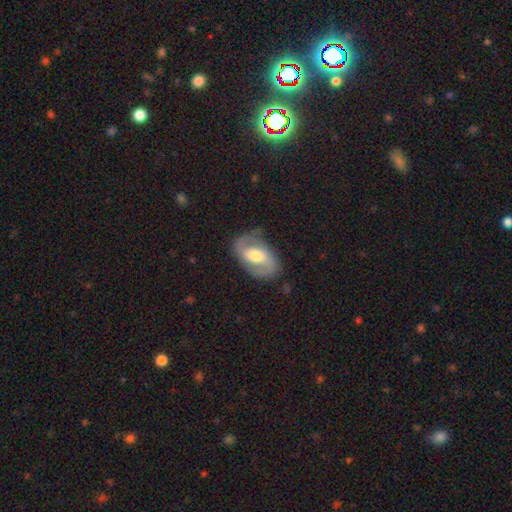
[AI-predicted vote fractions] Q: Smooth or featured?
A: featured or disk (80%); runner-up: smooth (14%)
Q: Edge-on disk?
A: no (97%); runner-up: yes (3%)
Q: Bar?
A: weak (44%); runner-up: no (30%)
Q: Spiral arms?
A: yes (91%); runner-up: no (9%)
Q: Spiral winding?
A: medium (52%); runner-up: tight (25%)
Q: Spiral arm count?
A: 2 (90%); runner-up: can't tell (4%)
Q: Bulge size?
A: moderate (65%); runner-up: small (18%)
Q: Merging?
A: none (77%); runner-up: minor disturbance (16%)